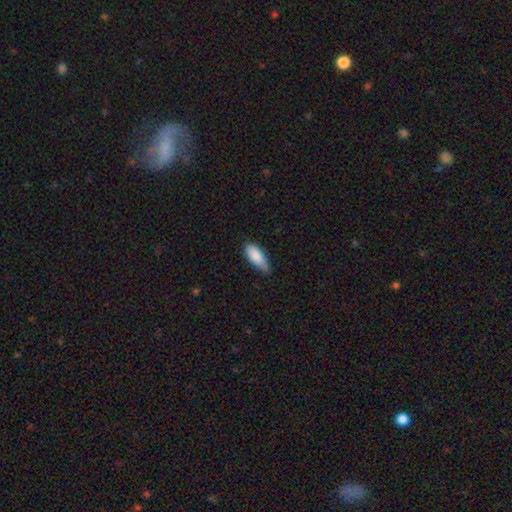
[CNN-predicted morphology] type=smooth (85%); roundness=in between (77%); merging=none (48%).